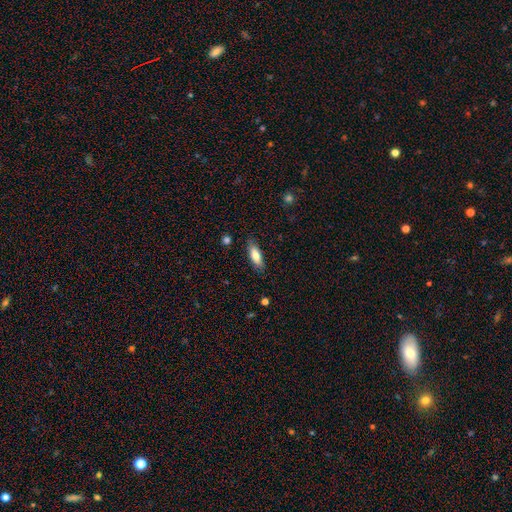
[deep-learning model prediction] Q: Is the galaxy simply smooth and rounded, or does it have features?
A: smooth — 75%.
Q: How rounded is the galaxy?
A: in between — 59%.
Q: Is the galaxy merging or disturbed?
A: none — 85%.